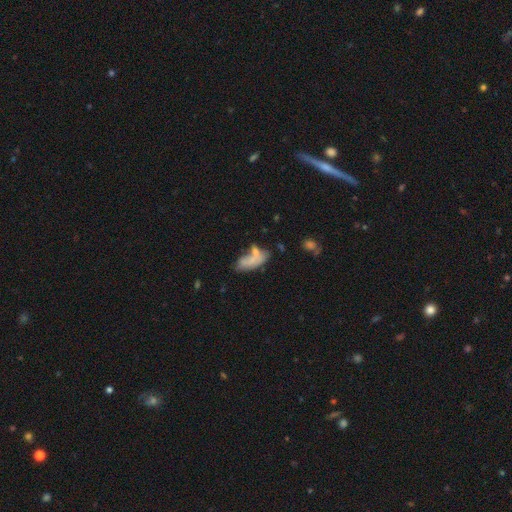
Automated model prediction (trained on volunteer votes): A smooth galaxy with no disk features (68%) that is in between round and cigar-shaped (79%). Merging: none (35%).